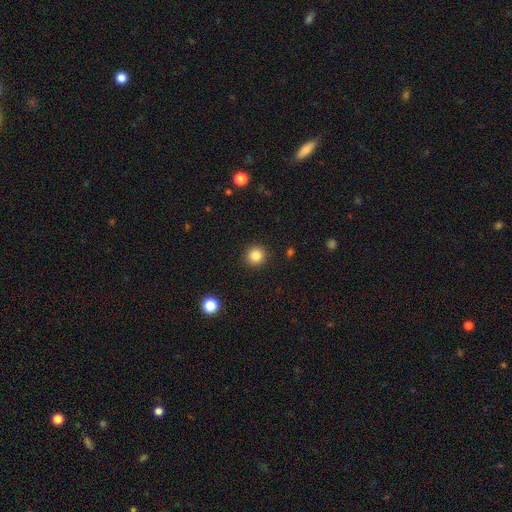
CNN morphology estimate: Smooth or featured? Predicted: smooth (p=0.84). How rounded? Predicted: round (p=0.94). Merging? Predicted: none (p=0.92).